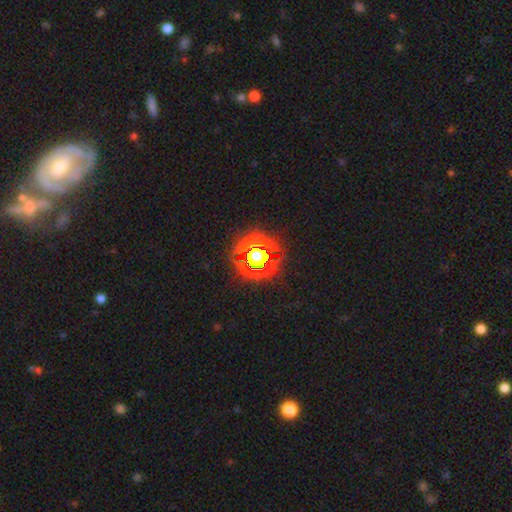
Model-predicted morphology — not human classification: Smooth or featured?
  - star or artifact: 64% *
  - smooth: 24%
  - featured or disk: 12%